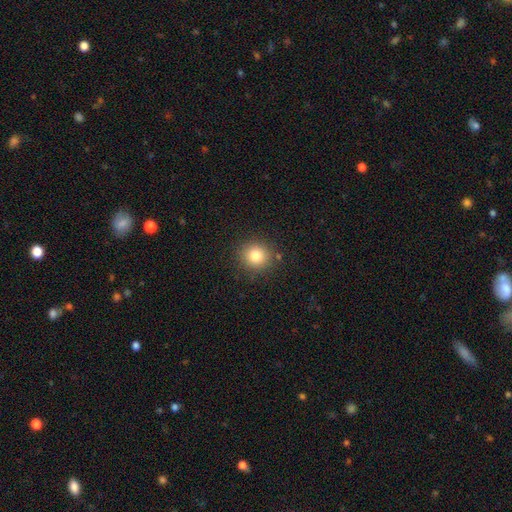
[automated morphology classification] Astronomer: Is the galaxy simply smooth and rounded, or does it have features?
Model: smooth — 81%.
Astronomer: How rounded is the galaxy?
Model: round — 89%.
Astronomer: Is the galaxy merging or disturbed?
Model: none — 87%.